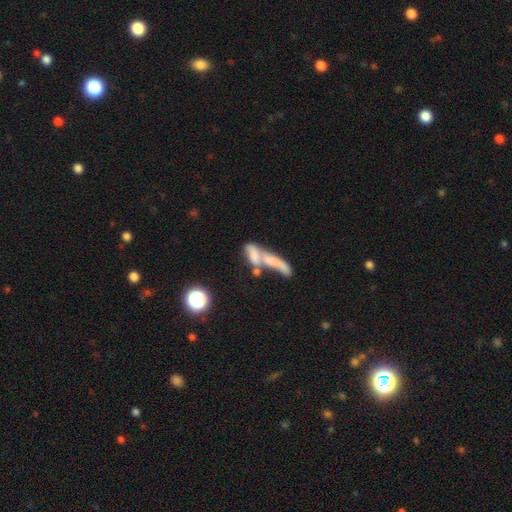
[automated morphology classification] A smooth galaxy with no disk features (59%) that is in between round and cigar-shaped (49%). Merging: merger (70%).